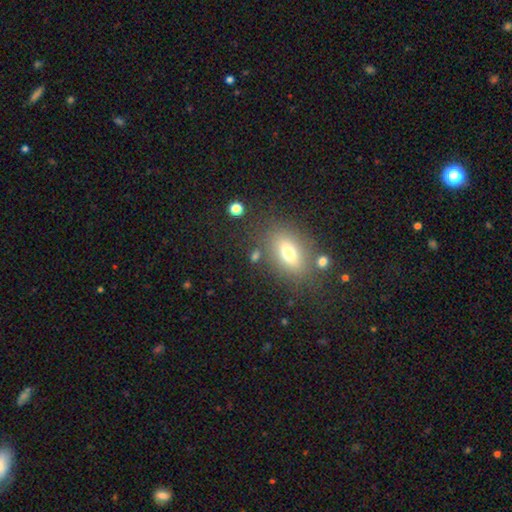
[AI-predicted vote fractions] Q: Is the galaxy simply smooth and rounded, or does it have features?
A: smooth — 66%.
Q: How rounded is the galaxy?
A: in between — 69%.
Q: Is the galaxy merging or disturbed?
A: none — 77%.